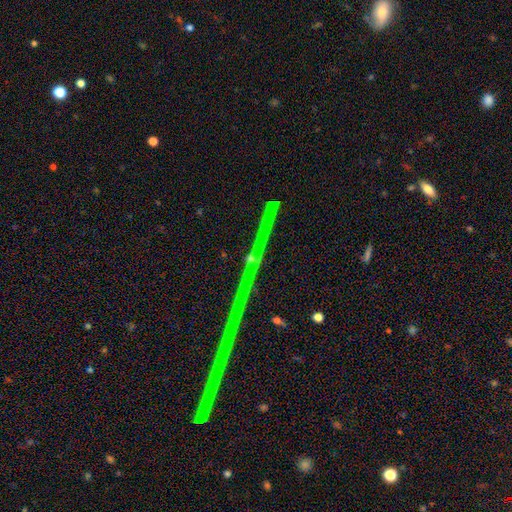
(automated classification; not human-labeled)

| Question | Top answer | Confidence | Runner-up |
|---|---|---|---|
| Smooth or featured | star or artifact | 79% | featured or disk (13%) |